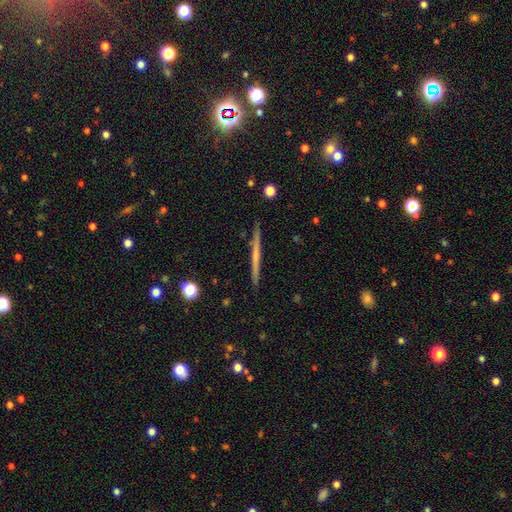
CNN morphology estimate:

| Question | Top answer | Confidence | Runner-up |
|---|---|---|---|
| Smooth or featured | featured or disk | 54% | smooth (39%) |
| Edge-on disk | yes | 98% | no (2%) |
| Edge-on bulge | none | 81% | rounded (14%) |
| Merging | none | 92% | minor disturbance (6%) |